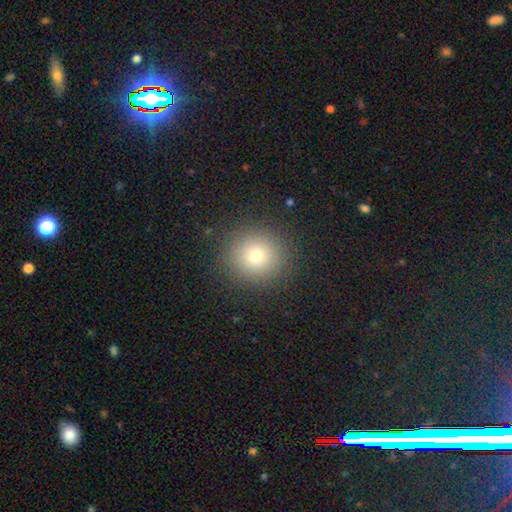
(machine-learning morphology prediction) A smooth galaxy with no disk features (76%) that is round (91%).

Vote fractions:
- Smooth or featured? smooth: 76% / star or artifact: 15% / featured or disk: 10%
- How rounded? round: 91% / in between: 8% / cigar-shaped: 1%
- Merging? none: 90% / minor disturbance: 6% / major disturbance: 3% / merger: 1%